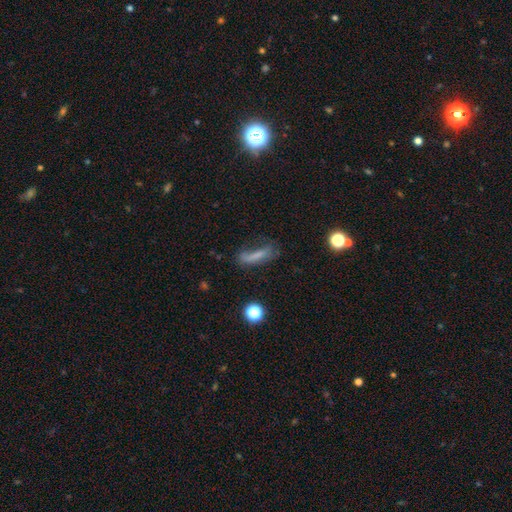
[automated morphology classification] smooth-or-featured: smooth: 63% | featured or disk: 23% | star or artifact: 14%
  how-rounded: cigar-shaped: 64% | in between: 31% | round: 4%
  merging: none: 44% | minor disturbance: 26% | major disturbance: 24% | merger: 6%